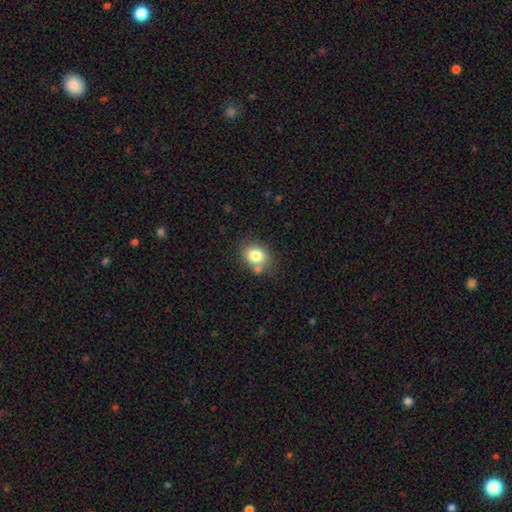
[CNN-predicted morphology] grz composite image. It shows a smooth galaxy with no disk features (80%) that is in between round and cigar-shaped (51%). Merging: none (64%).